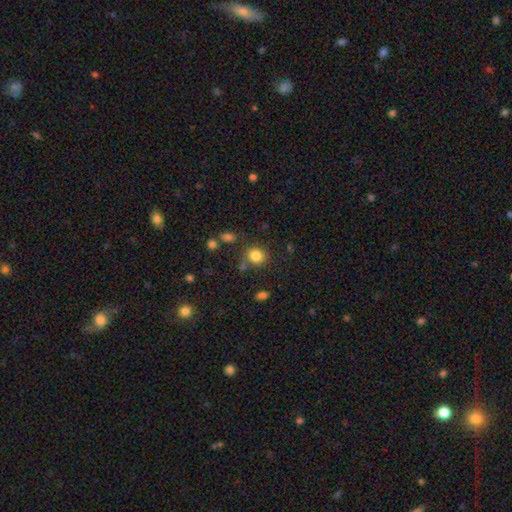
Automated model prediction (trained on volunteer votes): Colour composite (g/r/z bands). It shows a smooth galaxy with no disk features (83%) that is round (81%). Merging: none (75%).